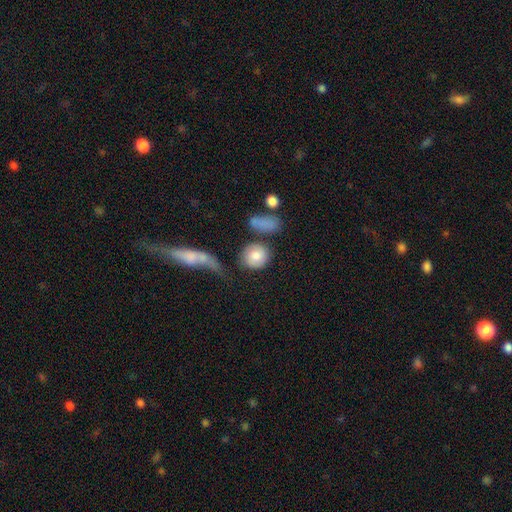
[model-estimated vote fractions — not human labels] Q: Smooth or featured?
A: smooth (77%); runner-up: featured or disk (17%)
Q: How rounded?
A: round (83%); runner-up: in between (15%)
Q: Merging?
A: none (64%); runner-up: minor disturbance (14%)